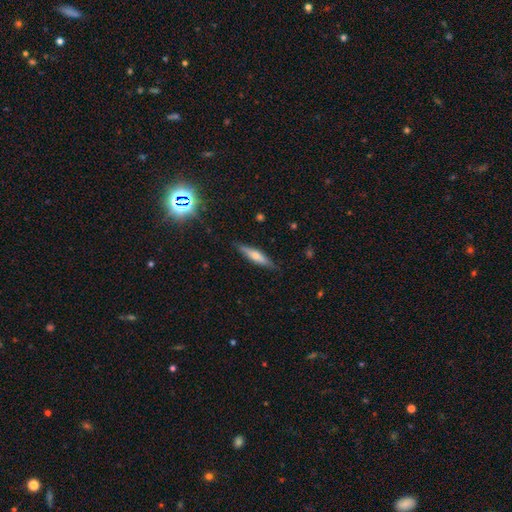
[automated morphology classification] This appears to be a smooth galaxy with no disk features (48%). Merging: none (86%).